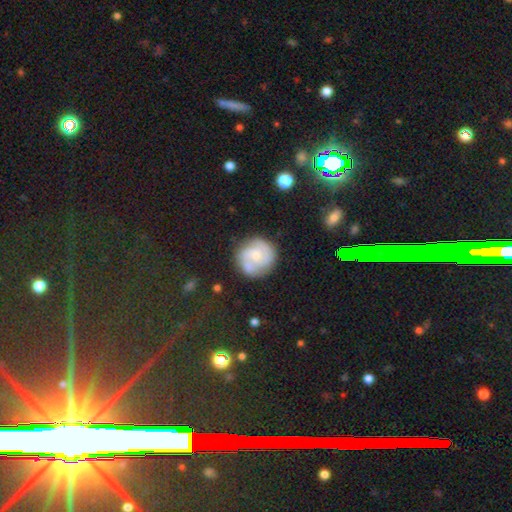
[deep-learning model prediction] Q: Smooth or featured?
A: featured or disk (64%); runner-up: smooth (29%)
Q: Edge-on disk?
A: no (98%); runner-up: yes (2%)
Q: Bar?
A: no (69%); runner-up: weak (26%)
Q: Spiral arms?
A: yes (86%); runner-up: no (14%)
Q: Spiral winding?
A: tight (45%); runner-up: medium (41%)
Q: Spiral arm count?
A: 2 (53%); runner-up: can't tell (19%)
Q: Bulge size?
A: small (59%); runner-up: moderate (33%)
Q: Merging?
A: none (68%); runner-up: minor disturbance (17%)